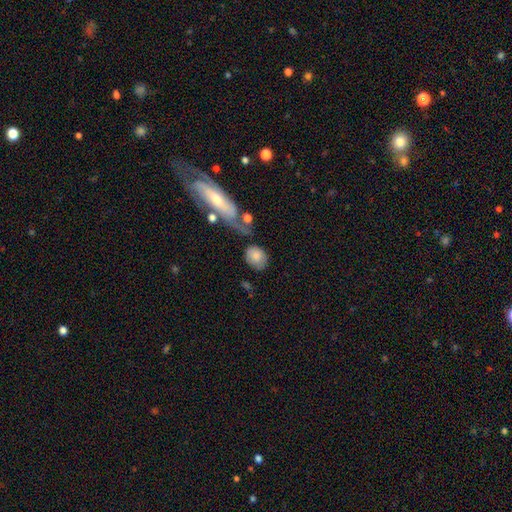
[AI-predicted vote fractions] Smooth or featured? Predicted: smooth (p=0.78). How rounded? Predicted: in between (p=0.50). Merging? Predicted: none (p=0.54).